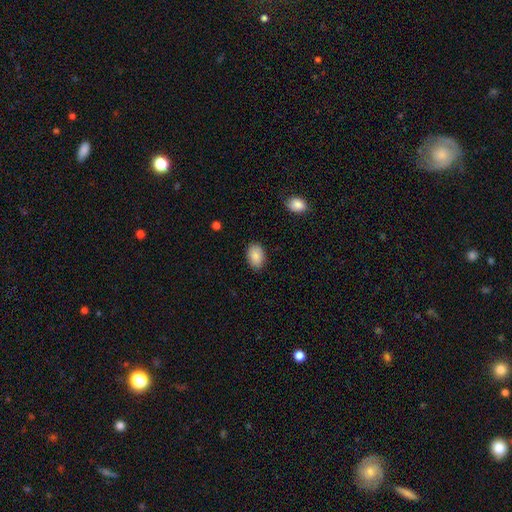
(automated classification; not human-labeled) smooth 87%, star or artifact 7%, featured or disk 6%. Down the decision tree: how rounded — in between (86%); merging — none (85%).